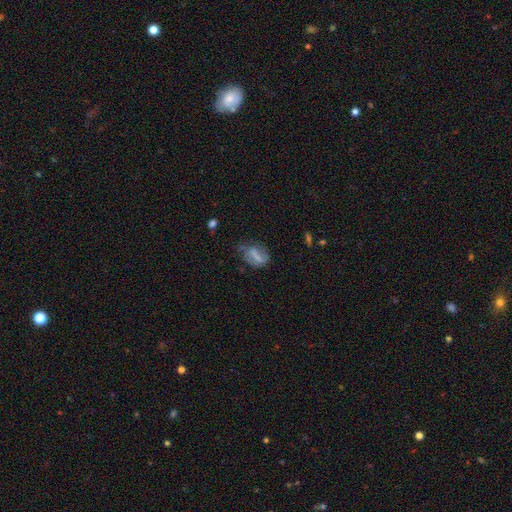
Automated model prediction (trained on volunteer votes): Smooth or featured? smooth (51%)
How rounded? in between (73%)
Merging? none (43%)